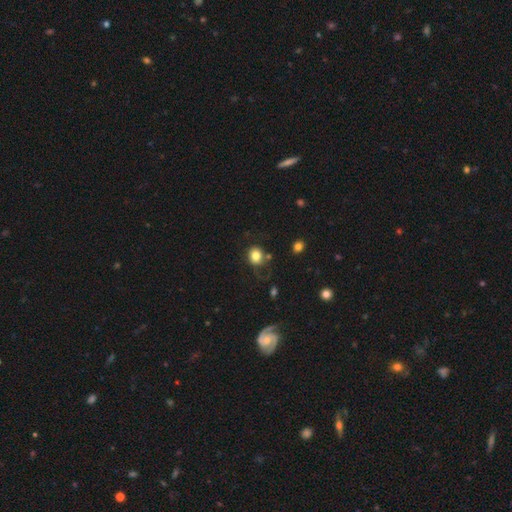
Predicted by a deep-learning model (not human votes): Q: Smooth or featured?
A: smooth (80%); runner-up: star or artifact (10%)
Q: How rounded?
A: round (73%); runner-up: in between (27%)
Q: Merging?
A: none (65%); runner-up: minor disturbance (19%)